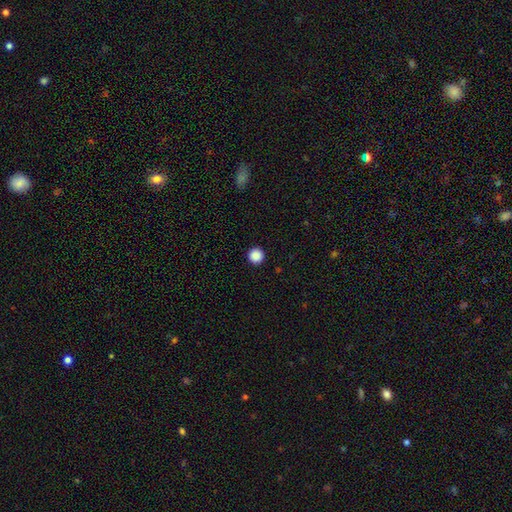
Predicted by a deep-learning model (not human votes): smooth 88%, star or artifact 10%, featured or disk 2%. Down the decision tree: how rounded — round (97%); merging — none (93%).